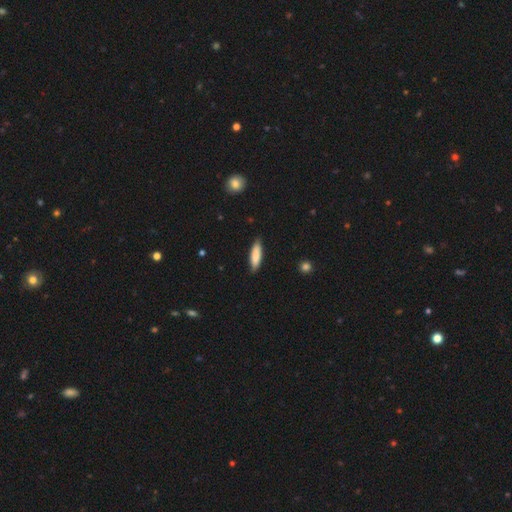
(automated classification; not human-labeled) smooth-or-featured: smooth: 83% | featured or disk: 11% | star or artifact: 6%
  how-rounded: cigar-shaped: 60% | in between: 38% | round: 1%
  merging: none: 85% | minor disturbance: 12% | major disturbance: 2% | merger: 1%